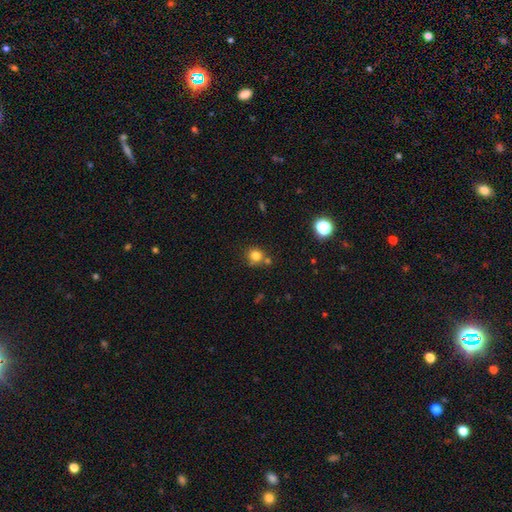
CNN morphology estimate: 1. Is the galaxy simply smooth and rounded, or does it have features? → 79% smooth, 14% star or artifact, 7% featured or disk.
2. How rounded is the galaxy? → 87% round, 12% in between, 1% cigar-shaped.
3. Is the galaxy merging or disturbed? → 68% none, 15% merger, 13% minor disturbance, 4% major disturbance.